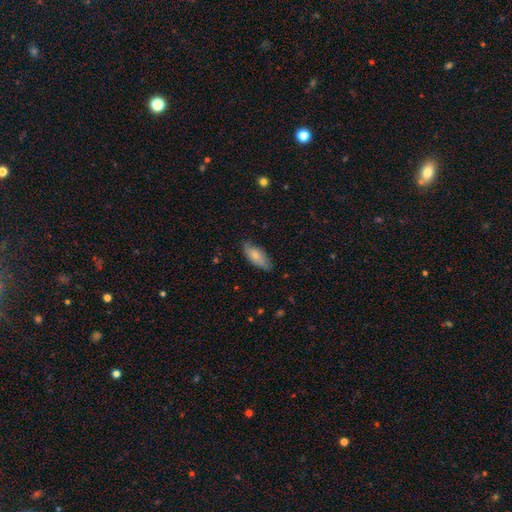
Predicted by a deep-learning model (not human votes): This is likely a smooth galaxy (76%). How rounded: clearly in between (82%). Merging: likely none (74%).